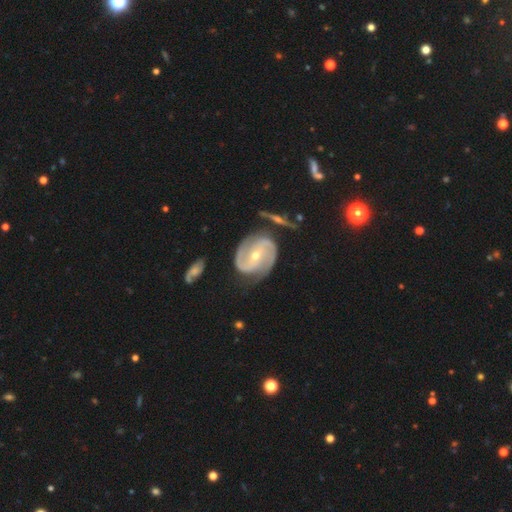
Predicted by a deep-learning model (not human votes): Morphology: type=featured or disk (90%); edge-on=no (97%); bar=weak (36%); spiral arms=yes (97%); winding=medium (46%); arm count=2 (84%); bulge=small (55%); merging=none (69%).